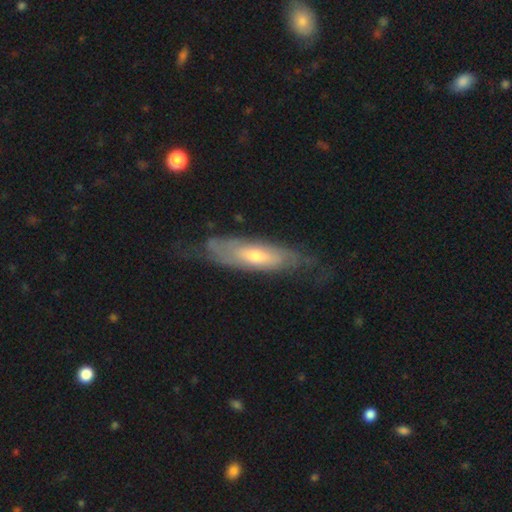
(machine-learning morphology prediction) This is likely a featured or disk galaxy (63%). It is likely not viewed edge-on (68%). Merging: likely none (62%).